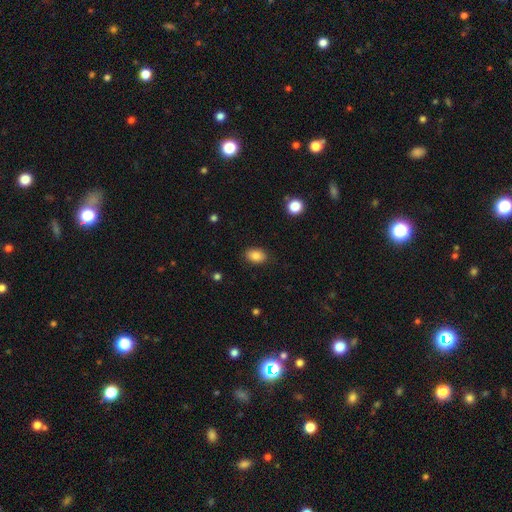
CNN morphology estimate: A smooth galaxy with no disk features (86%) that is in between round and cigar-shaped (81%). Merging: none (86%).